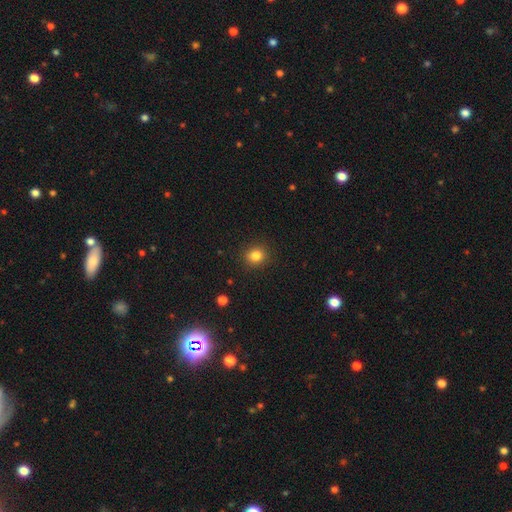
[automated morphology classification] Smooth or featured? smooth (83%)
How rounded? round (80%)
Merging? none (90%)